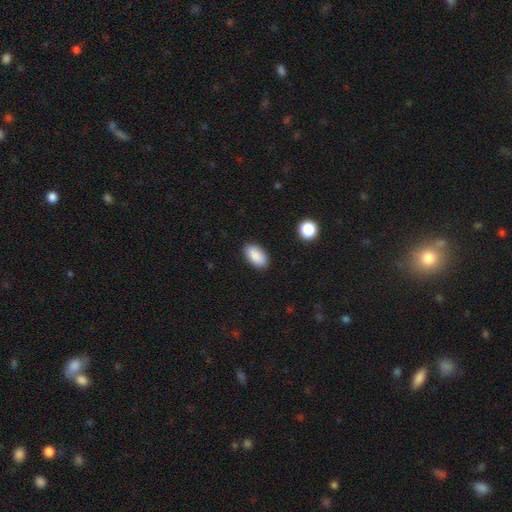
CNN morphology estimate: The model was most divided on "merging": none: 88%, minor disturbance: 9%, major disturbance: 2%, merger: 1%. More confident: how rounded — in between (94%); smooth or featured — smooth (89%).